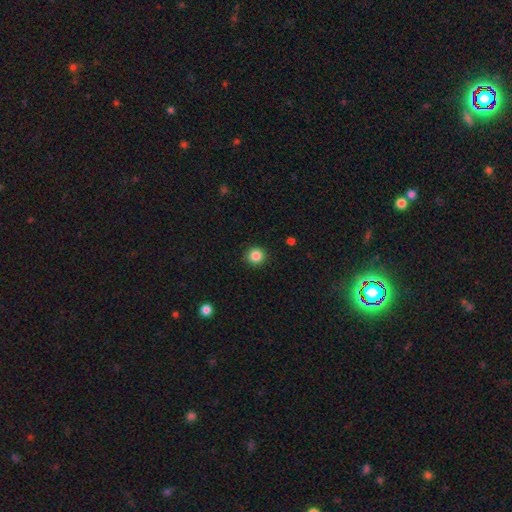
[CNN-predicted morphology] Smooth or featured: smooth — 86% (star or artifact — 11%)
How rounded: round — 94% (in between — 5%)
Merging: none — 91% (minor disturbance — 6%)